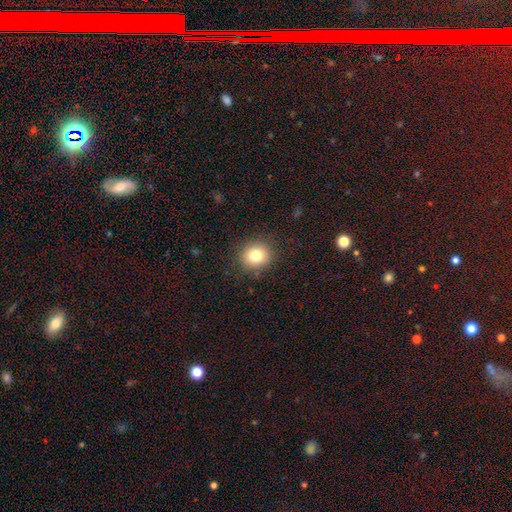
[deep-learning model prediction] Overall: smooth (80%). How rounded: round (83%). Merging: none (88%).